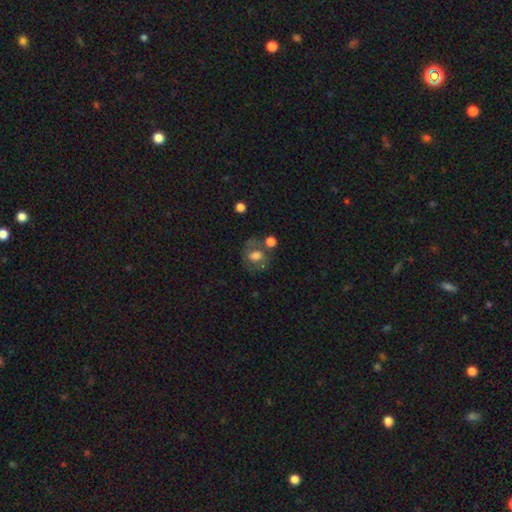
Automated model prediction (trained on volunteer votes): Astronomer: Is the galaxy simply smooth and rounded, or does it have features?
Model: smooth — 57%.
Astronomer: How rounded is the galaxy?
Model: round — 60% (runner-up: in between, 39%).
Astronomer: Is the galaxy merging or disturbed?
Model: none — 55%.